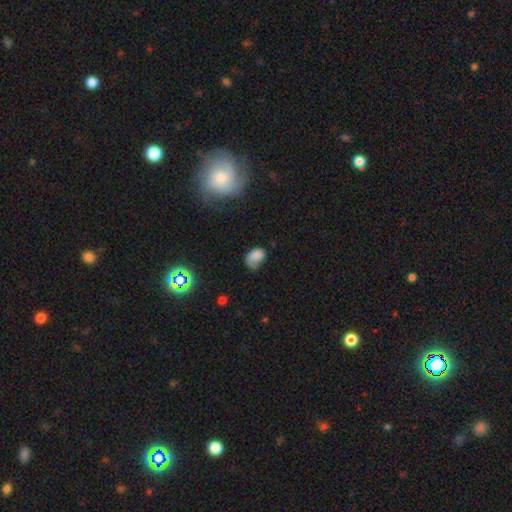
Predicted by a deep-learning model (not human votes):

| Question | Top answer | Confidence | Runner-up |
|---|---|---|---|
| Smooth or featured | smooth | 73% | featured or disk (16%) |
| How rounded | in between | 78% | round (21%) |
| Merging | minor disturbance | 34% | tied: none (34%) |